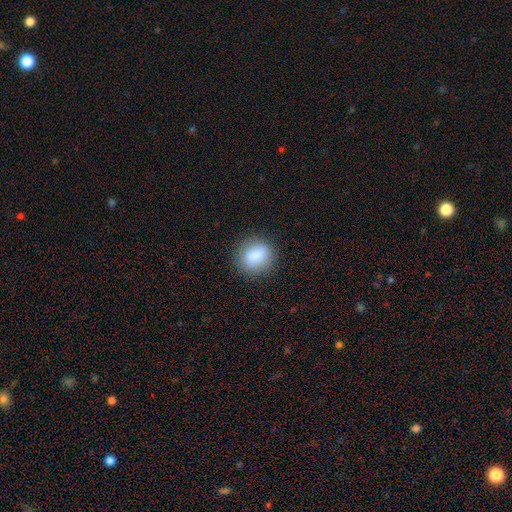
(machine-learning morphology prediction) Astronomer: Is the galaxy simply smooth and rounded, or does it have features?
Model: smooth — 84%.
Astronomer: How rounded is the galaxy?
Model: round — 73%.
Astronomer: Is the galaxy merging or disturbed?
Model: none — 85%.